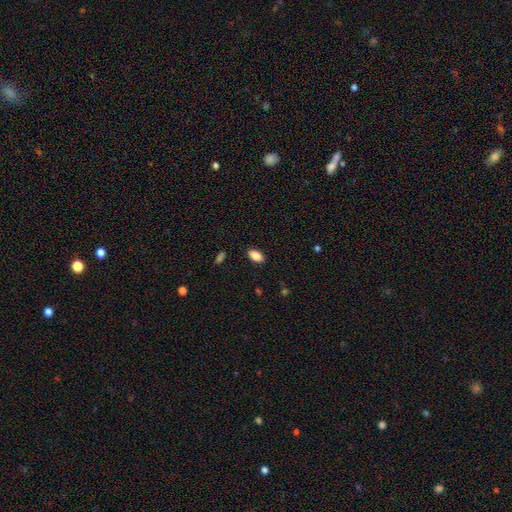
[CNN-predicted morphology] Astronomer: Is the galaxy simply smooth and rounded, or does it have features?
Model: smooth — 88%.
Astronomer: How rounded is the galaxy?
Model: in between — 92%.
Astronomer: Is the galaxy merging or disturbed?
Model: none — 88%.